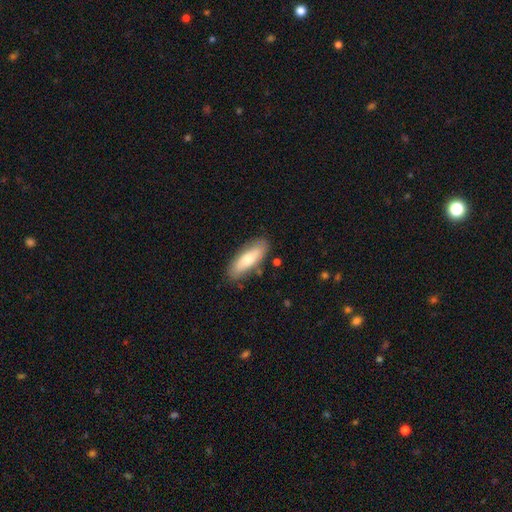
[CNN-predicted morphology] Overall: smooth (57%; featured or disk 34%). How rounded: in between (58%; cigar-shaped 40%). Merging: none (84%).